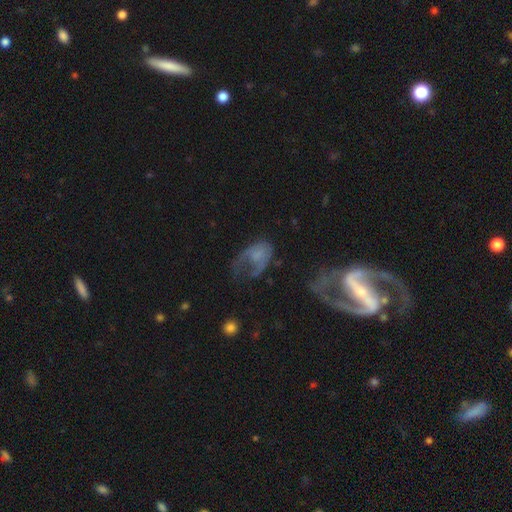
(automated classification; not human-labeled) Smooth or featured? featured or disk (46%)
Merging? major disturbance (53%)